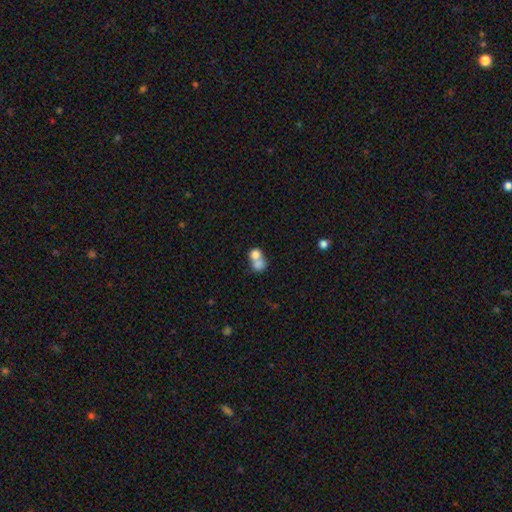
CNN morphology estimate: A smooth galaxy with no disk features (76%) that is round (61%). Merging: merger (70%).